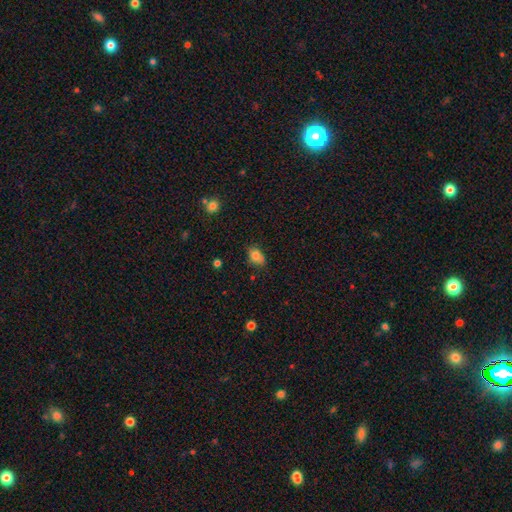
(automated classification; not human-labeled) smooth-or-featured: smooth: 80% | star or artifact: 10% | featured or disk: 10%
  how-rounded: in between: 83% | round: 15% | cigar-shaped: 2%
  merging: none: 71% | minor disturbance: 23% | major disturbance: 4% | merger: 2%